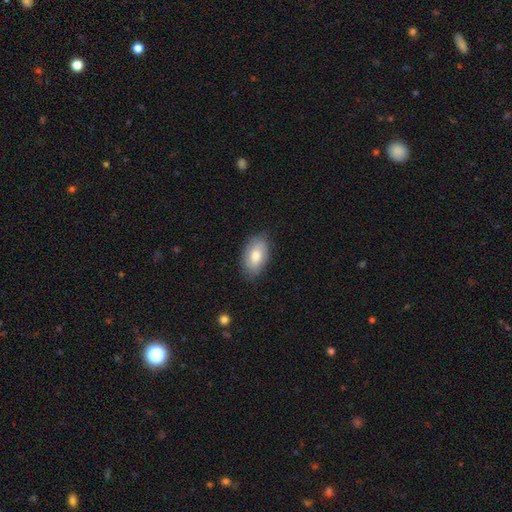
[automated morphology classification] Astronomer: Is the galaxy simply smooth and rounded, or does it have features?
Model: smooth — 77%.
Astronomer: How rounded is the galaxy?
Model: in between — 93%.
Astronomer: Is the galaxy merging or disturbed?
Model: none — 81%.